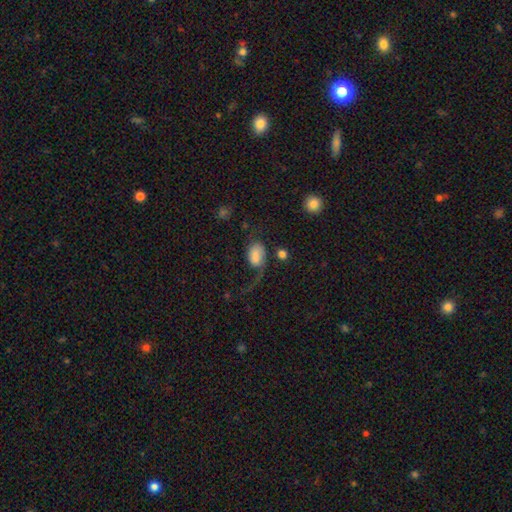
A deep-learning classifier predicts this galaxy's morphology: This is likely a smooth galaxy (61%). How rounded: clearly in between (83%). Merging: possibly major disturbance (46%).